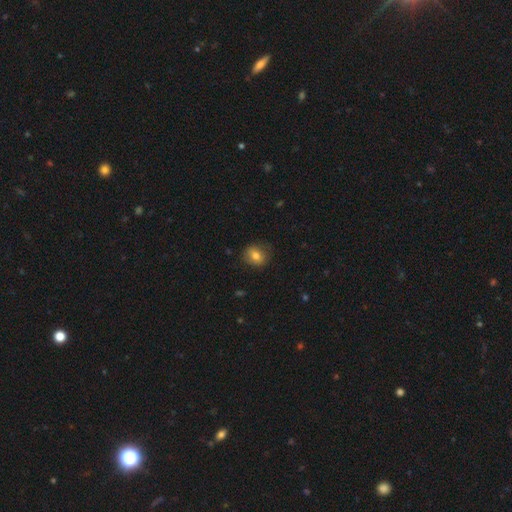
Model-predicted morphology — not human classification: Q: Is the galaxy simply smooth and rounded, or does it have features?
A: smooth — 76%.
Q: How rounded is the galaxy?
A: round — 64%.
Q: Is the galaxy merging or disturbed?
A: none — 81%.